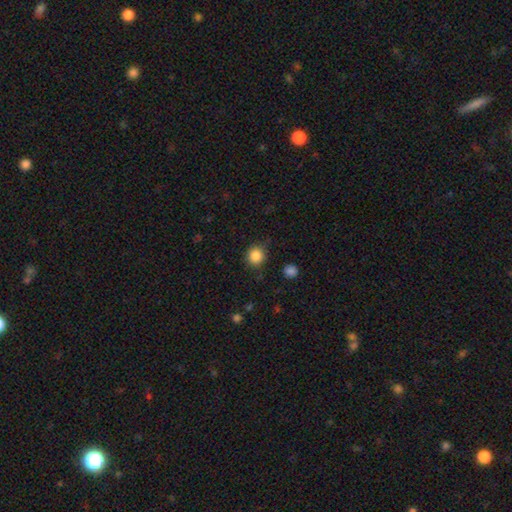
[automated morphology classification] This appears to be a smooth galaxy with no disk features (86%) that is round (90%). Merging: none (82%).